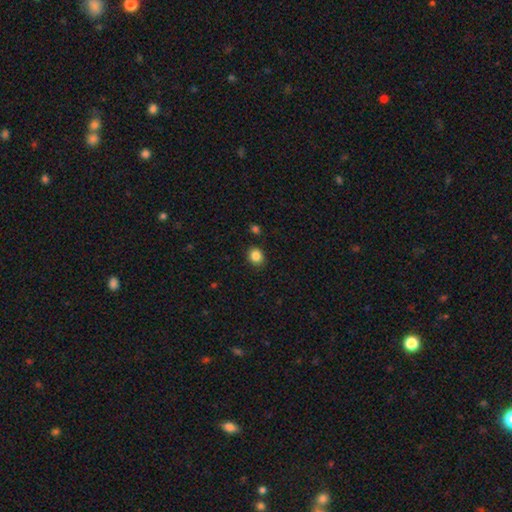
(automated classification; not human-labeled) A smooth galaxy with no disk features (86%) that is round (69%).

Vote fractions:
- Smooth or featured? smooth: 86% / star or artifact: 10% / featured or disk: 4%
- How rounded? round: 69% / in between: 30% / cigar-shaped: 1%
- Merging? none: 87% / minor disturbance: 8% / merger: 2% / major disturbance: 2%